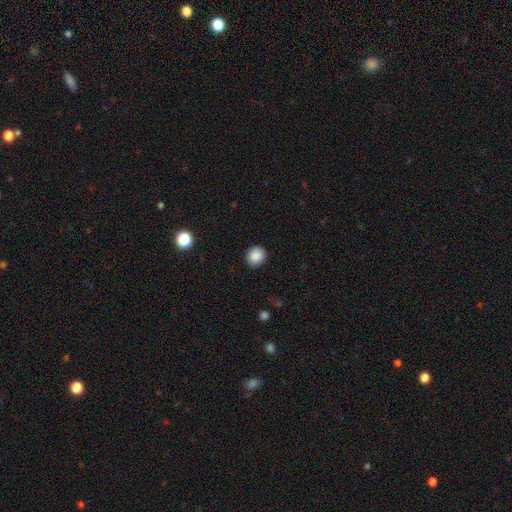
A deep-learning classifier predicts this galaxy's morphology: Smooth or featured: smooth — 88% (star or artifact — 9%)
How rounded: round — 84% (in between — 15%)
Merging: none — 90% (minor disturbance — 7%)